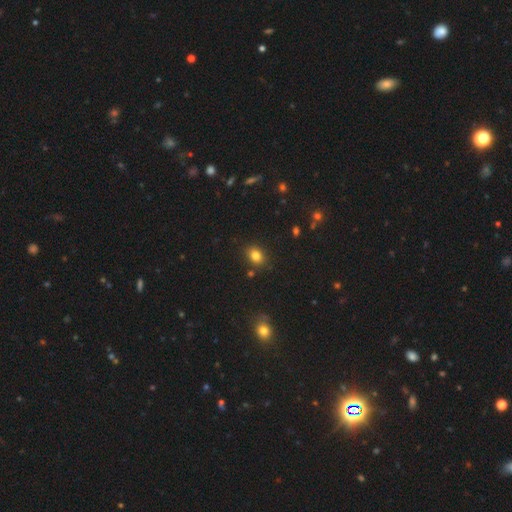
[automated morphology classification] A smooth galaxy with no disk features (81%) that is in between round and cigar-shaped (56%).

Vote fractions:
- Smooth or featured? smooth: 81% / star or artifact: 13% / featured or disk: 6%
- How rounded? in between: 56% / round: 43% / cigar-shaped: 1%
- Merging? none: 84% / minor disturbance: 11% / merger: 3% / major disturbance: 3%